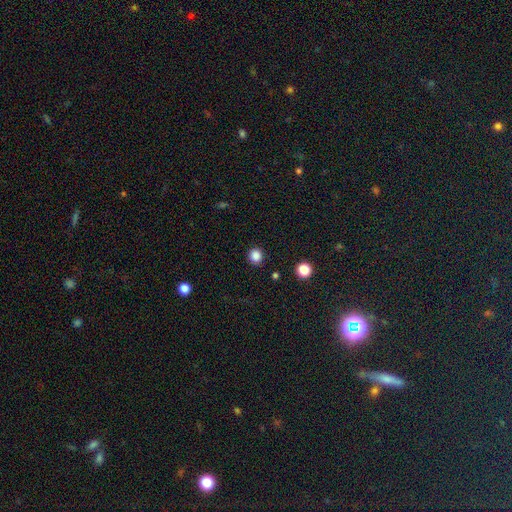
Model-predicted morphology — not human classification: A smooth galaxy with no disk features (85%) that is round (86%). Merging: none (90%).